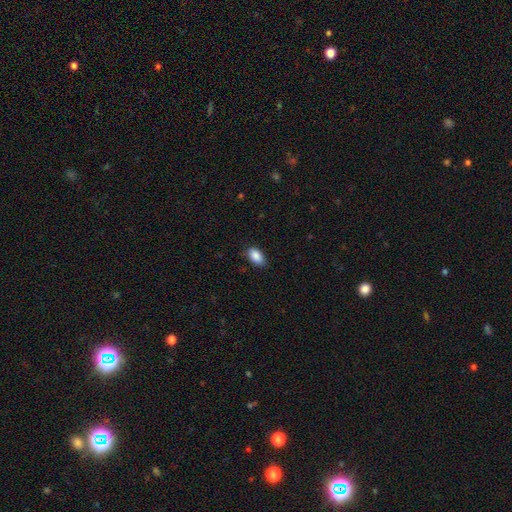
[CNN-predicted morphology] This appears to be a smooth galaxy with no disk features (88%) that is in between round and cigar-shaped (93%). Merging: none (81%).